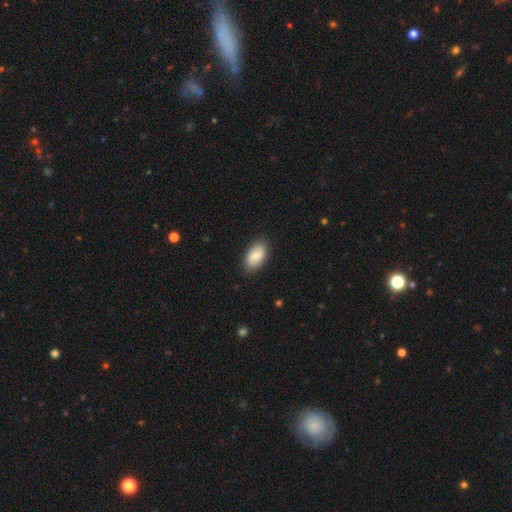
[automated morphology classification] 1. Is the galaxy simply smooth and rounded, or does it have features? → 81% smooth, 13% featured or disk, 6% star or artifact.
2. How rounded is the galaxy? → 94% in between, 4% round, 3% cigar-shaped.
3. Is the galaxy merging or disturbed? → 84% none, 12% minor disturbance, 2% major disturbance, 1% merger.